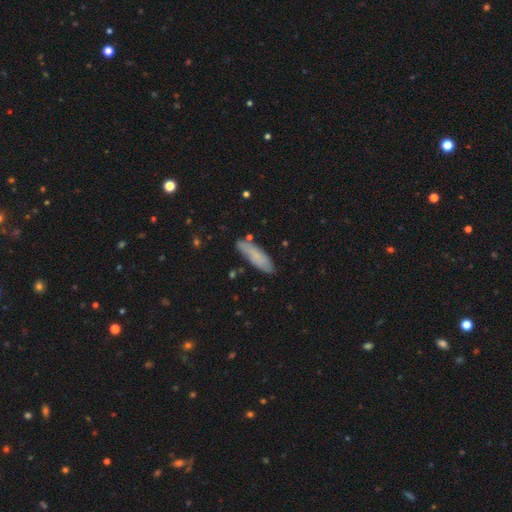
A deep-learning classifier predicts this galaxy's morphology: Overall: smooth (75%). How rounded: cigar-shaped (55%; in between 43%). Merging: none (76%).